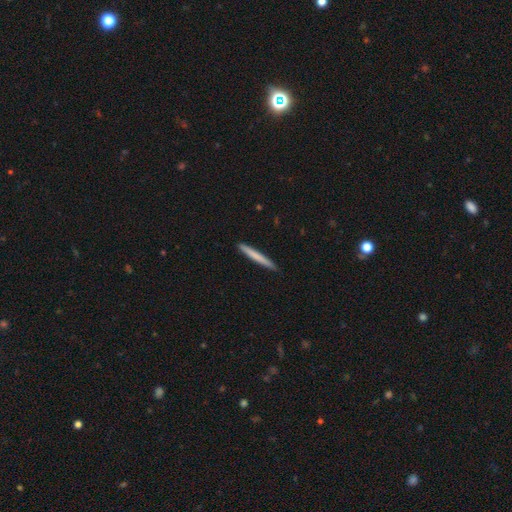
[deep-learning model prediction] The model was most divided on "smooth or featured": smooth: 71%, featured or disk: 24%, star or artifact: 5%. More confident: how rounded — cigar-shaped (97%); merging — none (91%).